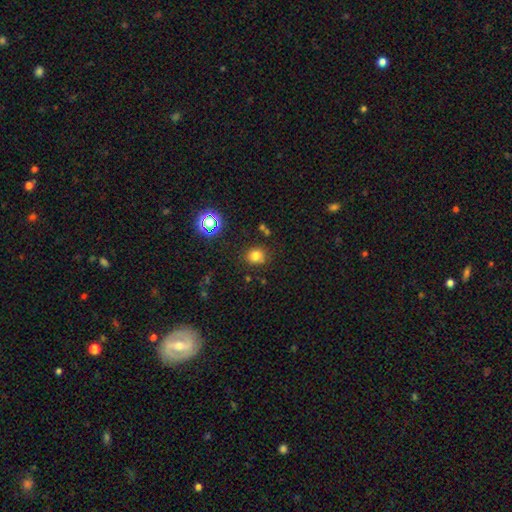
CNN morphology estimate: type=smooth (76%); roundness=round (73%); merging=none (82%).